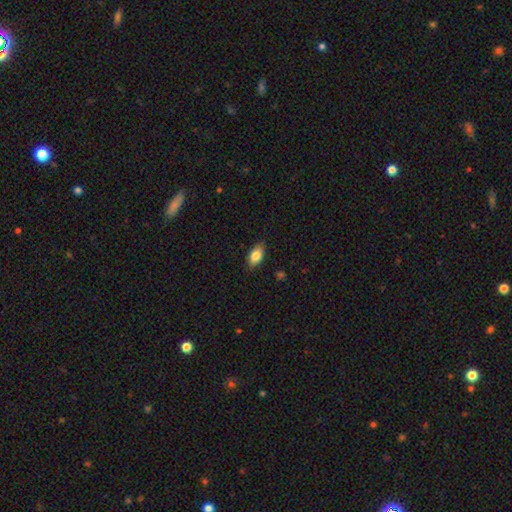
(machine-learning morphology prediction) This is clearly a smooth galaxy (83%). How rounded: clearly in between (89%). Merging: clearly none (85%).